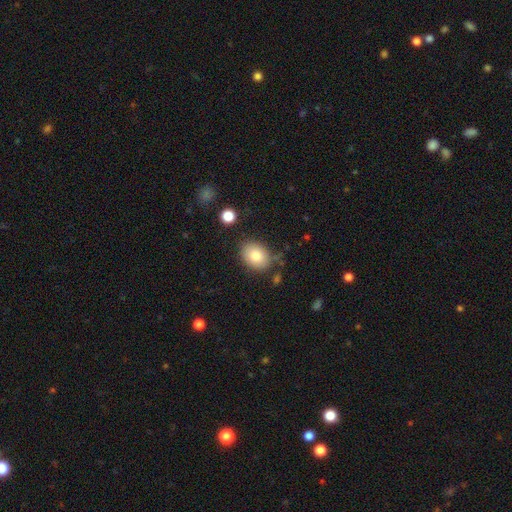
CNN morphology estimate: type=smooth (83%); roundness=in between (63%); merging=none (76%).